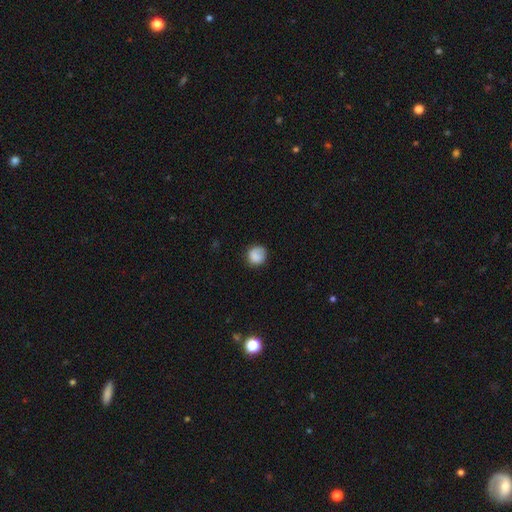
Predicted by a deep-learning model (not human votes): Q: Smooth or featured?
A: smooth (83%); runner-up: featured or disk (9%)
Q: How rounded?
A: round (86%); runner-up: in between (13%)
Q: Merging?
A: none (76%); runner-up: minor disturbance (17%)